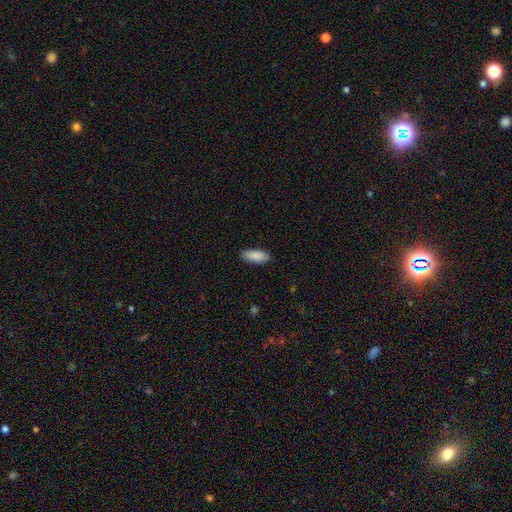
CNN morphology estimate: Q: Smooth or featured?
A: smooth (89%); runner-up: star or artifact (6%)
Q: How rounded?
A: in between (77%); runner-up: cigar-shaped (22%)
Q: Merging?
A: none (88%); runner-up: minor disturbance (9%)